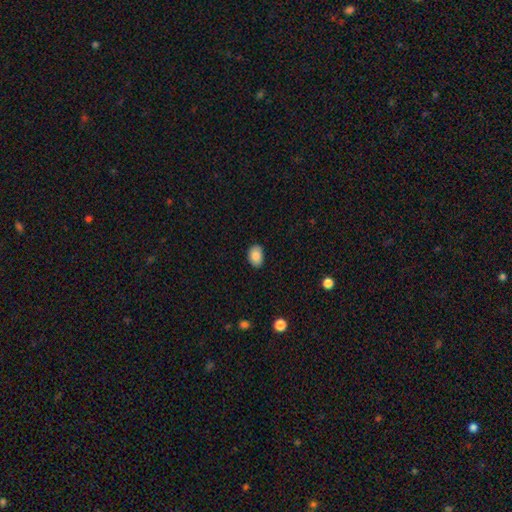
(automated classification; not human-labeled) The model was most divided on "how rounded": in between: 83%, round: 16%, cigar-shaped: 1%. More confident: smooth or featured — smooth (87%); merging — none (84%).